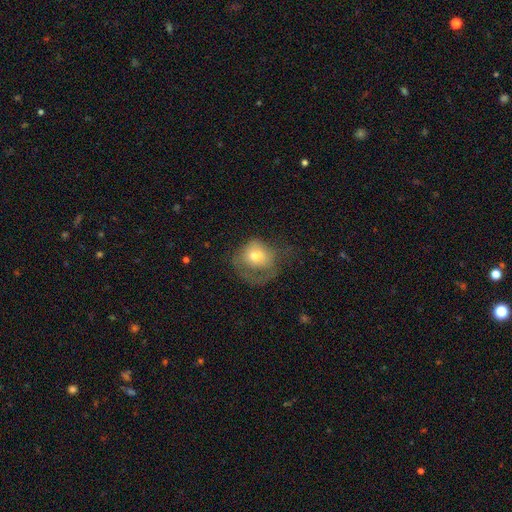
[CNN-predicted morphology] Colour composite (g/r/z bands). It shows a smooth galaxy with no disk features (61%) that is round (66%). Merging: major disturbance (50%).